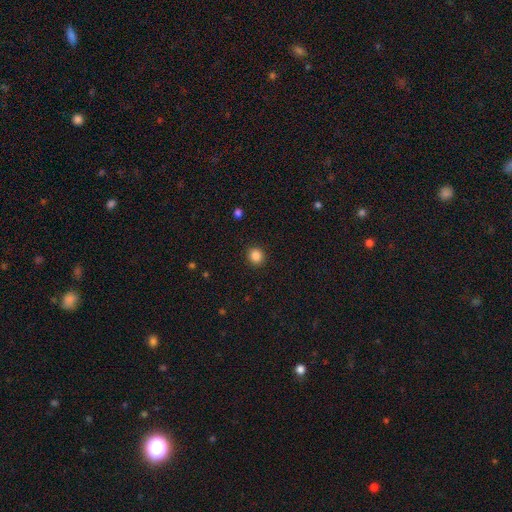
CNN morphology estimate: Smooth or featured? Predicted: smooth (p=0.86). How rounded? Predicted: round (p=0.87). Merging? Predicted: none (p=0.91).